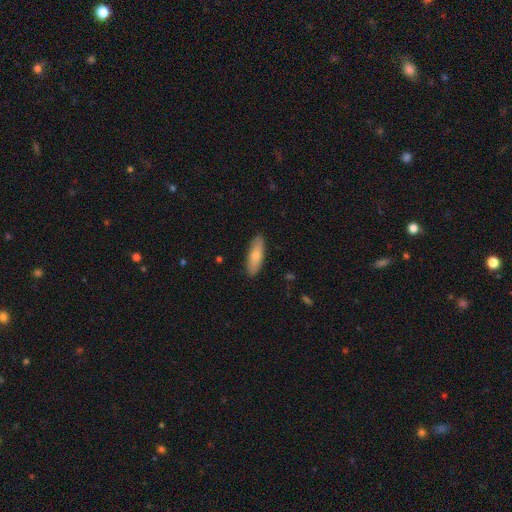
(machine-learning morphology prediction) type=smooth (77%); roundness=in between (55%); merging=none (89%).